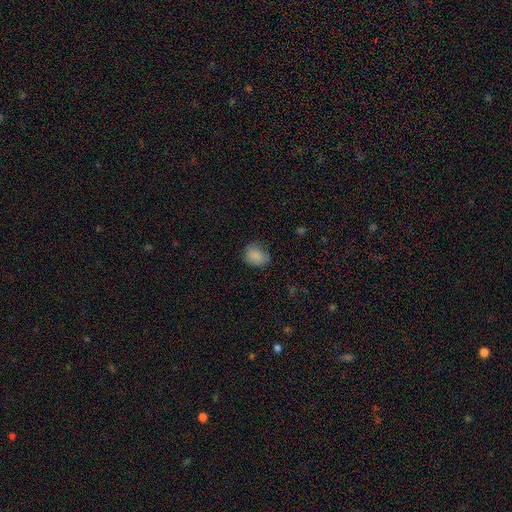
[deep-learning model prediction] Smooth or featured? Predicted: smooth (p=0.86). How rounded? Predicted: round (p=0.52). Merging? Predicted: none (p=0.71).